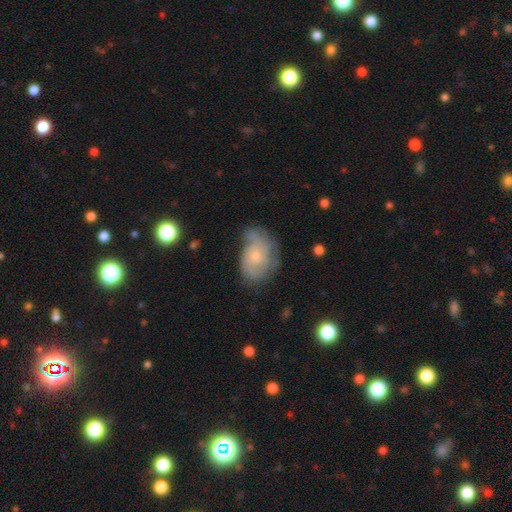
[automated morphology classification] A featured or disk galaxy (69%) with no bar (78%), tight (47%) spiral arms (86%) and a small central bulge (64%).

Vote fractions:
- Smooth or featured? featured or disk: 69% / smooth: 24% / star or artifact: 7%
- Edge-on disk? no: 97% / yes: 3%
- Bar? no: 78% / weak: 20% / strong: 2%
- Spiral arms? yes: 86% / no: 14%
- Spiral winding? tight: 47% / medium: 36% / loose: 17%
- Spiral arm count? can't tell: 41% / 2: 26% / 3: 17% / 1: 7% / 4: 6% / more than 4: 4%
- Bulge size? small: 64% / moderate: 30% / none: 4% / large: 2% / dominant: 1%
- Merging? none: 52% / minor disturbance: 29% / major disturbance: 16% / merger: 2%